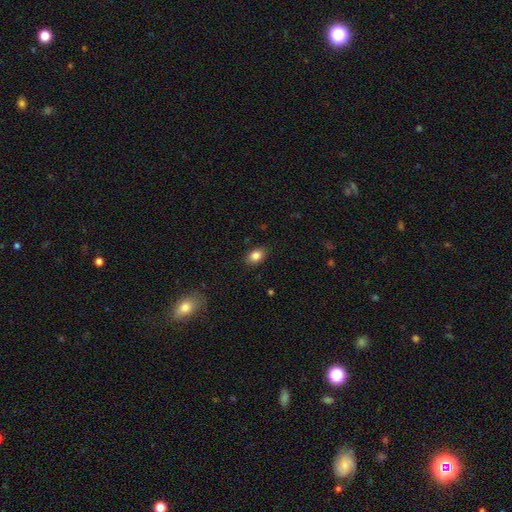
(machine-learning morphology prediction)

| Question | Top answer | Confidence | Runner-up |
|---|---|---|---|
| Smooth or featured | smooth | 85% | star or artifact (9%) |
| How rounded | in between | 83% | round (16%) |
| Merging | none | 87% | minor disturbance (10%) |